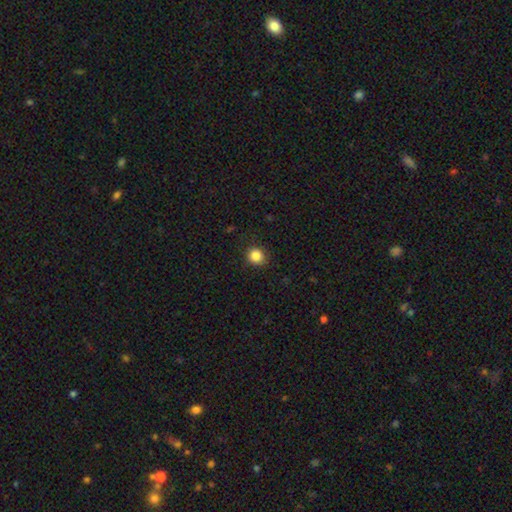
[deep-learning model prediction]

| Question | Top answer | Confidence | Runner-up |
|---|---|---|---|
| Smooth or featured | smooth | 85% | star or artifact (11%) |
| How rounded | round | 87% | in between (12%) |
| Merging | none | 88% | minor disturbance (8%) |